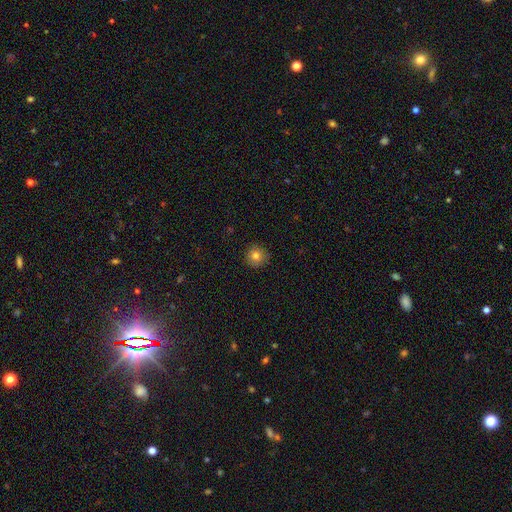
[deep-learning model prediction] Q: Smooth or featured?
A: smooth (80%); runner-up: star or artifact (12%)
Q: How rounded?
A: round (95%); runner-up: in between (4%)
Q: Merging?
A: none (91%); runner-up: minor disturbance (6%)